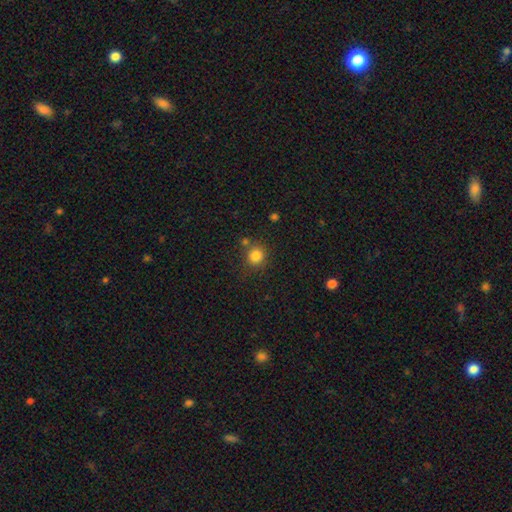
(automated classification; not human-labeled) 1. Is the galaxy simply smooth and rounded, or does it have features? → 82% smooth, 12% star or artifact, 6% featured or disk.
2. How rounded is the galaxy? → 90% round, 9% in between, 1% cigar-shaped.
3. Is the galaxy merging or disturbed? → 74% none, 11% minor disturbance, 11% merger, 4% major disturbance.